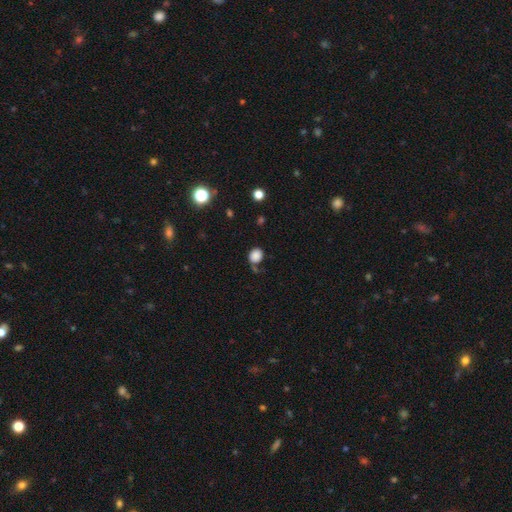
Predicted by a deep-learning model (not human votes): smooth-or-featured: smooth: 85% | star or artifact: 11% | featured or disk: 4%
  how-rounded: round: 72% | in between: 27% | cigar-shaped: 1%
  merging: none: 70% | minor disturbance: 16% | merger: 8% | major disturbance: 6%